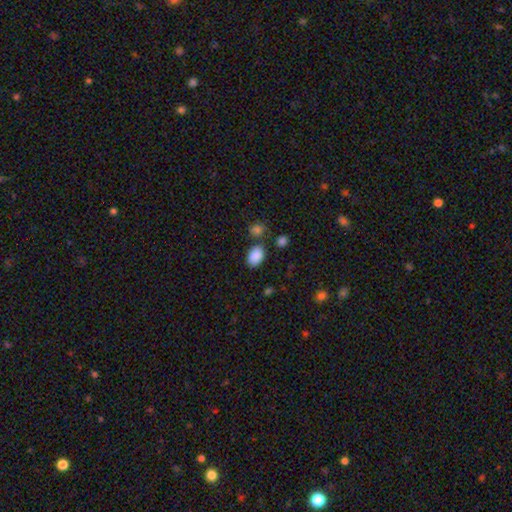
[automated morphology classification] smooth-or-featured: smooth: 88% | star or artifact: 9% | featured or disk: 4%
  how-rounded: in between: 82% | round: 17% | cigar-shaped: 1%
  merging: none: 73% | minor disturbance: 14% | merger: 9% | major disturbance: 4%